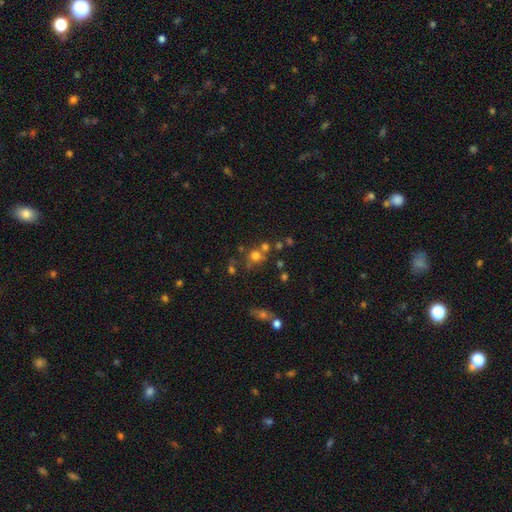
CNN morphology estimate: This is likely a smooth galaxy (65%). How rounded: clearly round (86%). Merging: possibly none (56%).